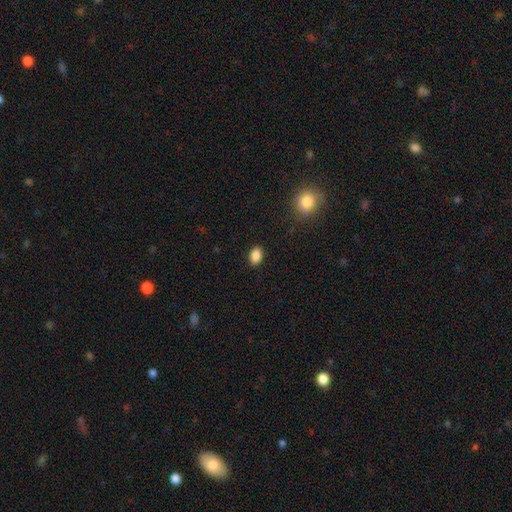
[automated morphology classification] This is clearly a smooth galaxy (86%). How rounded: clearly in between (86%). Merging: clearly none (89%).